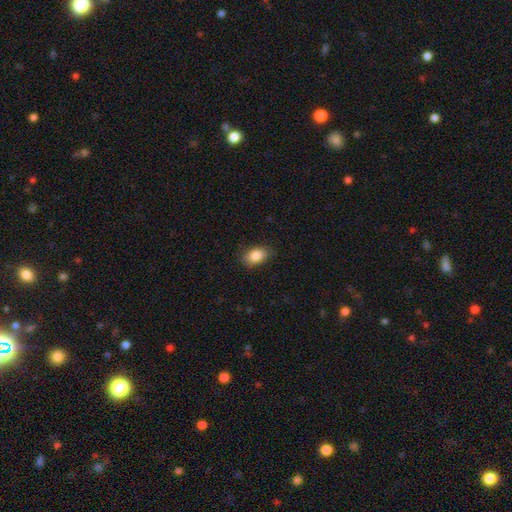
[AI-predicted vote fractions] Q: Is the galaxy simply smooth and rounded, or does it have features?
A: smooth — 85%.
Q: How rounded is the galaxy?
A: in between — 85%.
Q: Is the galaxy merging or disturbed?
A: none — 82%.